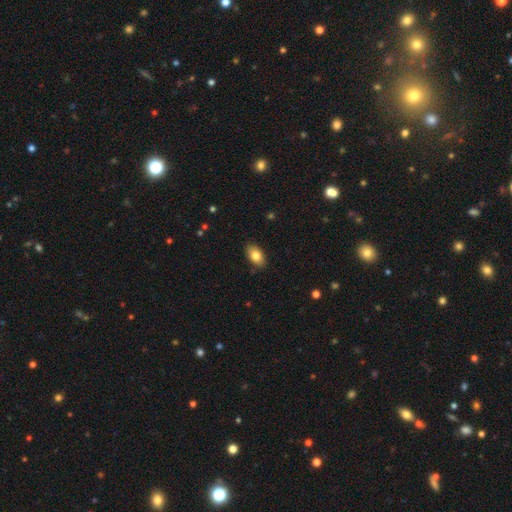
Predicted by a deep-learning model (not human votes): Smooth or featured: smooth — 81% (featured or disk — 12%)
How rounded: in between — 91% (round — 7%)
Merging: none — 87% (minor disturbance — 10%)